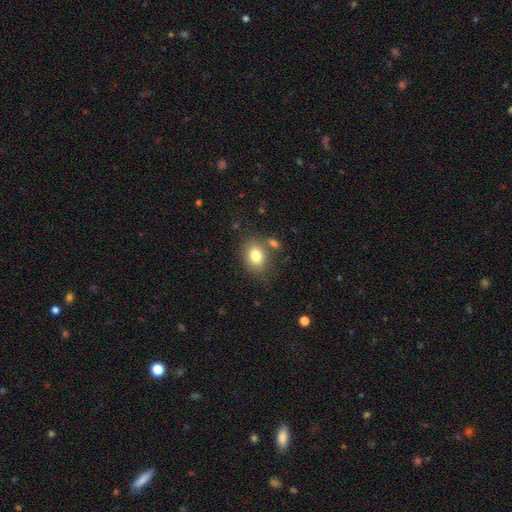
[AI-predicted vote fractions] Smooth or featured? Predicted: smooth (p=0.80). How rounded? Predicted: in between (p=0.65). Merging? Predicted: none (p=0.69).